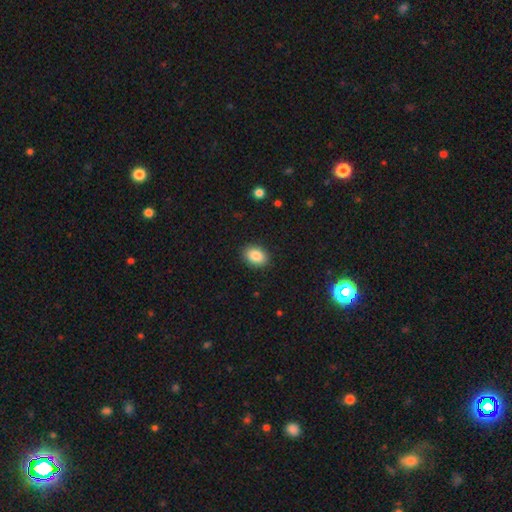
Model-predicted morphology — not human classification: smooth-or-featured: smooth: 87% | star or artifact: 8% | featured or disk: 5%
  how-rounded: in between: 71% | round: 28% | cigar-shaped: 1%
  merging: none: 89% | minor disturbance: 8% | major disturbance: 2% | merger: 1%